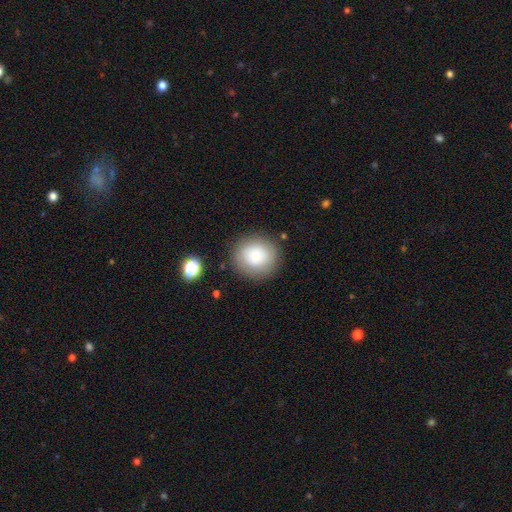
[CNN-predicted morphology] Smooth or featured? smooth (81%)
How rounded? round (91%)
Merging? none (85%)